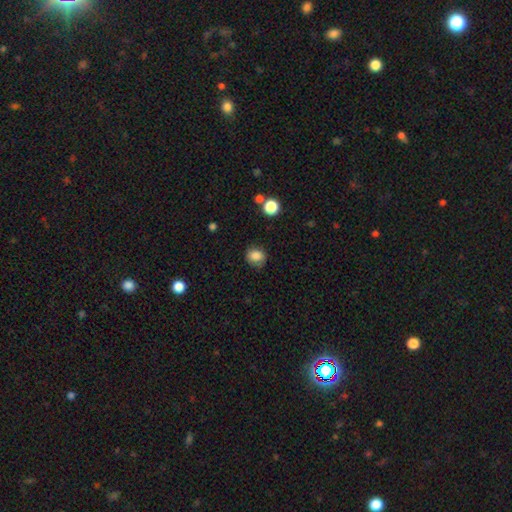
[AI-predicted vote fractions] Smooth or featured? smooth (84%)
How rounded? round (66%)
Merging? none (76%)